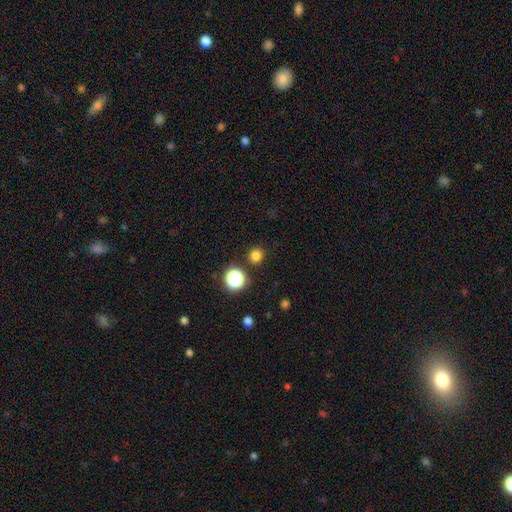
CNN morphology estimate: smooth 79%, star or artifact 17%, featured or disk 4%. Down the decision tree: how rounded — round (93%); merging — none (90%).